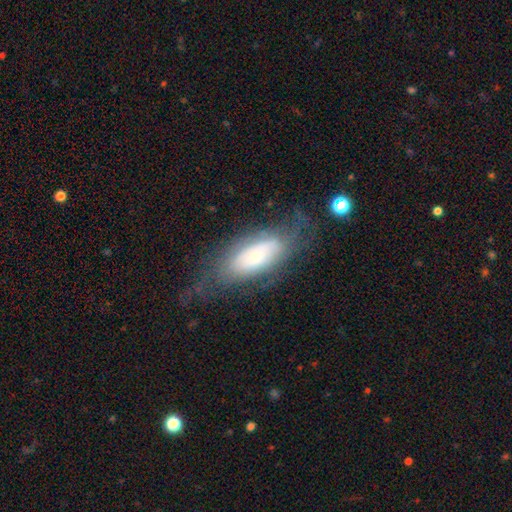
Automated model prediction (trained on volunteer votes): Smooth or featured? Predicted: featured or disk (p=0.48). Merging? Predicted: none (p=0.55).